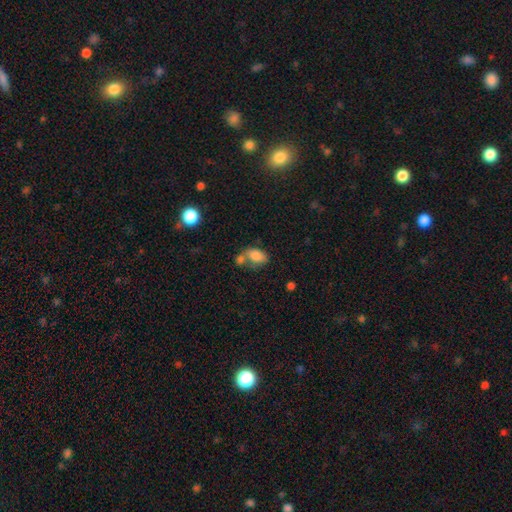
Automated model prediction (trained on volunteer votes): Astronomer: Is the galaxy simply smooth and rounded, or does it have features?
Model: smooth — 82%.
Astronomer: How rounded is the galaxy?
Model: in between — 88%.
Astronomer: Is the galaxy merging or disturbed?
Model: merger — 40% (runner-up: none, 38%).